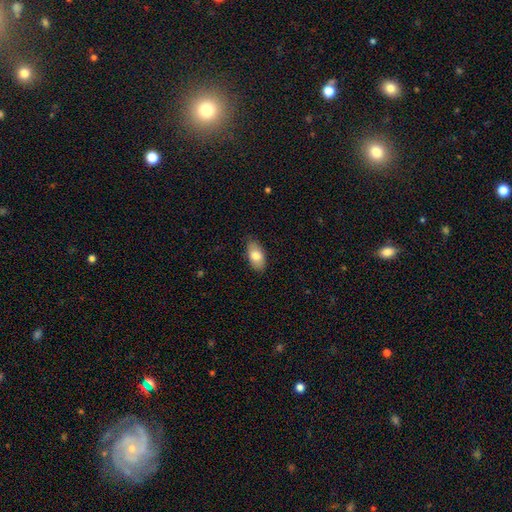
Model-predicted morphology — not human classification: Smooth or featured?
  - smooth: 80% *
  - featured or disk: 14%
  - star or artifact: 6%
How rounded?
  - in between: 92% *
  - round: 4%
  - cigar-shaped: 4%
Merging?
  - none: 84% *
  - minor disturbance: 13%
  - major disturbance: 2%
  - merger: 1%